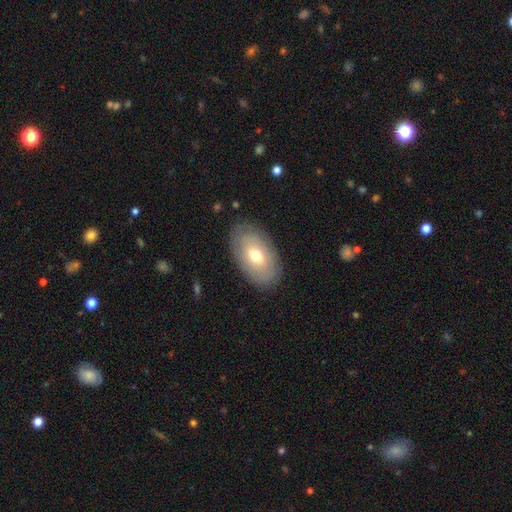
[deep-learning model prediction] Smooth or featured? smooth (58%)
How rounded? in between (93%)
Merging? none (84%)